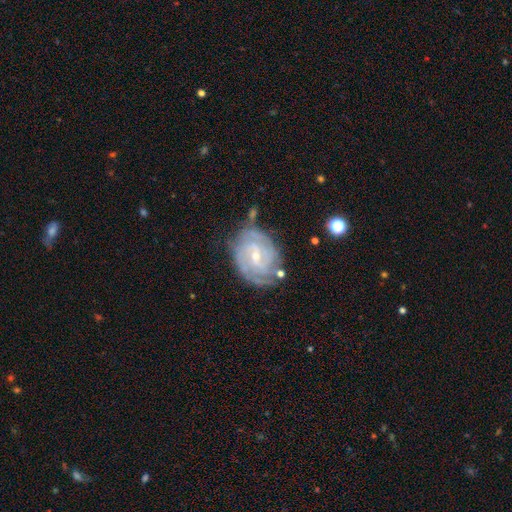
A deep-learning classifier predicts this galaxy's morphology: type=featured or disk (85%); edge-on=no (97%); bar=weak (53%); spiral arms=yes (95%); winding=tight (68%); arm count=2 (36%); bulge=small (67%); merging=none (68%).